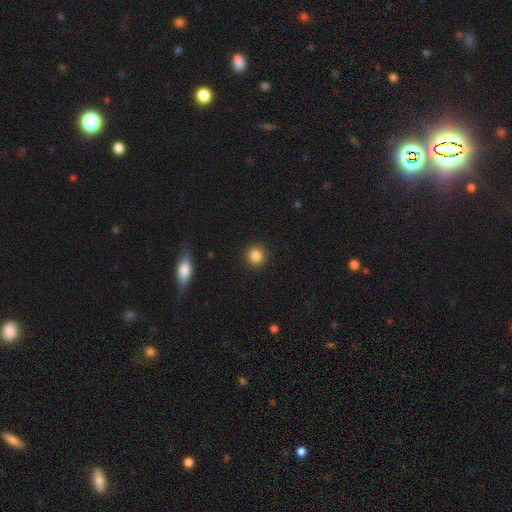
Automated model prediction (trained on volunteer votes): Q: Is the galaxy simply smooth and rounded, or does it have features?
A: smooth — 86%.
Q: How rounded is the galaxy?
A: round — 93%.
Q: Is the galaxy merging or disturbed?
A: none — 91%.